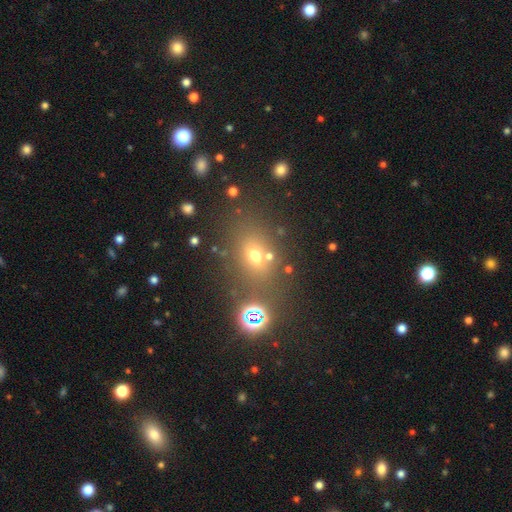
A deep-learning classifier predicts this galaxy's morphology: Smooth or featured?
  - smooth: 61% *
  - star or artifact: 25%
  - featured or disk: 15%
How rounded?
  - in between: 56% *
  - round: 42%
  - cigar-shaped: 2%
Merging?
  - none: 67% *
  - merger: 13%
  - minor disturbance: 13%
  - major disturbance: 7%